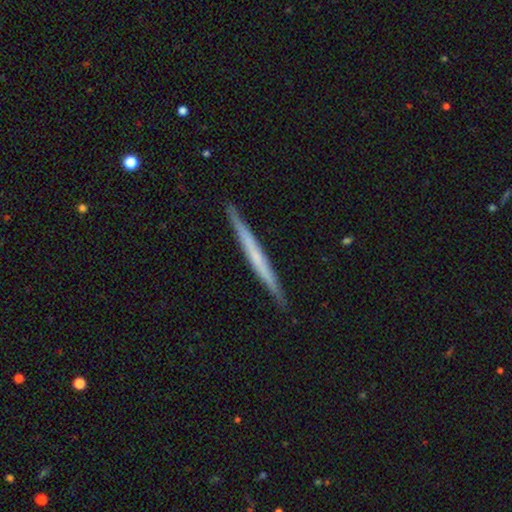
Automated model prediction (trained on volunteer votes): Q: Smooth or featured?
A: featured or disk (54%); runner-up: smooth (40%)
Q: Edge-on disk?
A: yes (97%); runner-up: no (3%)
Q: Edge-on bulge?
A: none (82%); runner-up: rounded (14%)
Q: Merging?
A: none (91%); runner-up: minor disturbance (7%)